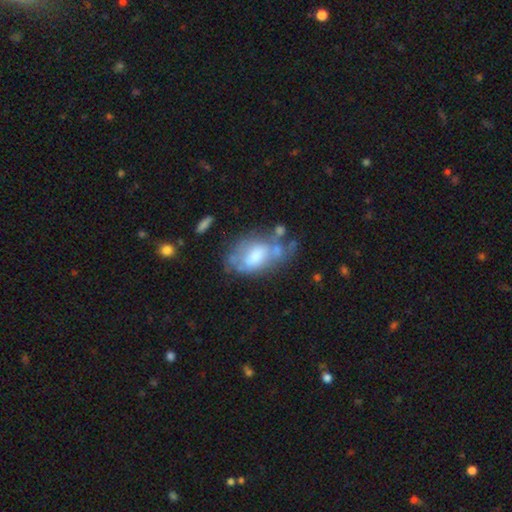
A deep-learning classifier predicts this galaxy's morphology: smooth 47%, featured or disk 44%, star or artifact 9%. Down the decision tree: merging — none (33%).